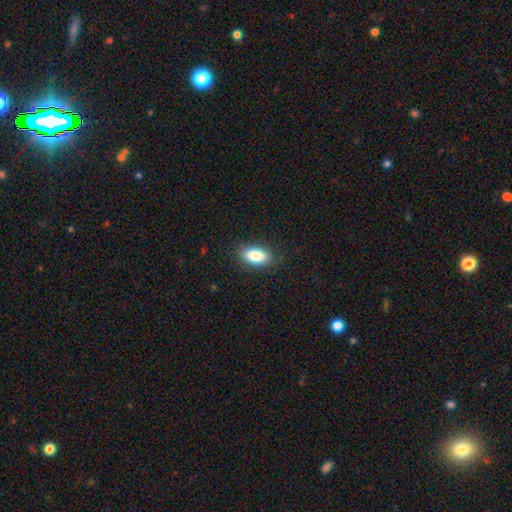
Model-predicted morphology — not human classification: Smooth or featured: smooth — 86% (star or artifact — 7%)
How rounded: in between — 90% (cigar-shaped — 6%)
Merging: none — 87% (minor disturbance — 9%)